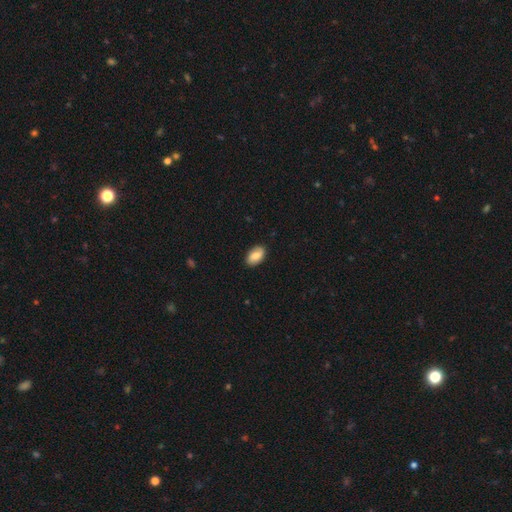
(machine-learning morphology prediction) smooth 78%, featured or disk 15%, star or artifact 7%. Down the decision tree: how rounded — in between (92%); merging — none (86%).